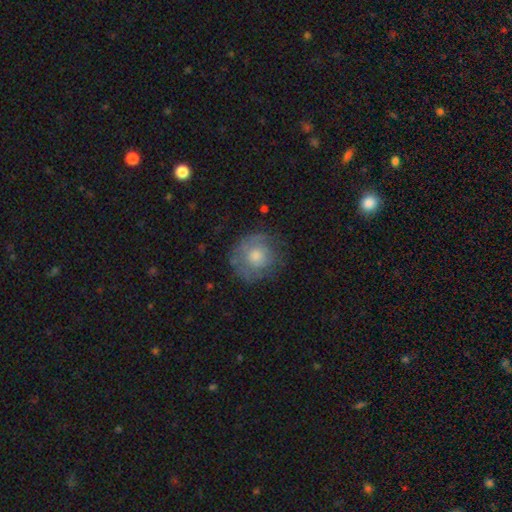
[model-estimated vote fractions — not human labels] Smooth or featured?
  - smooth: 52% *
  - featured or disk: 39%
  - star or artifact: 9%
How rounded?
  - round: 88% *
  - in between: 11%
  - cigar-shaped: 1%
Merging?
  - none: 71% *
  - minor disturbance: 19%
  - major disturbance: 9%
  - merger: 1%